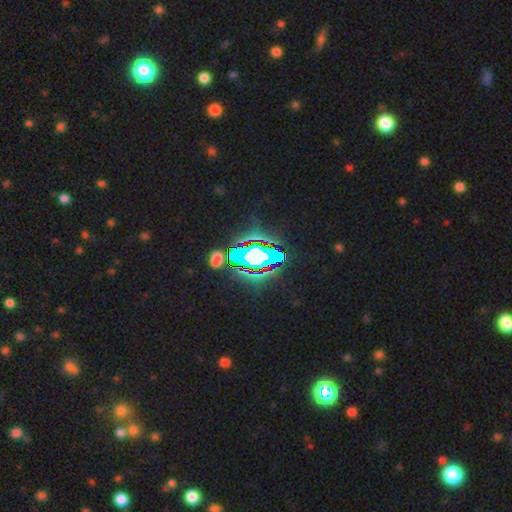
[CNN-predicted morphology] smooth_or_featured: star or artifact (p=0.61) [alt: featured or disk p=0.20]